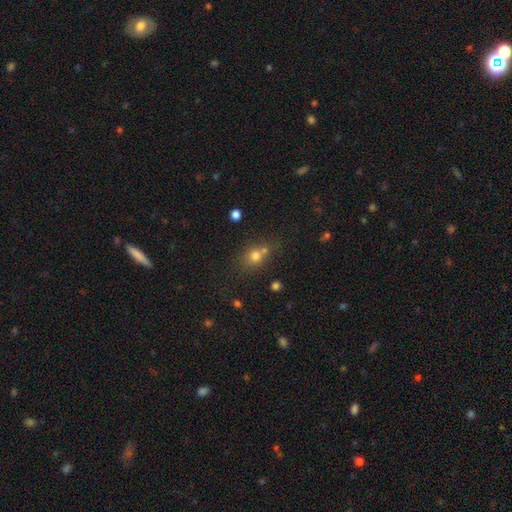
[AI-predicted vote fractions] Smooth or featured? smooth (71%)
How rounded? round (69%)
Merging? none (48%)